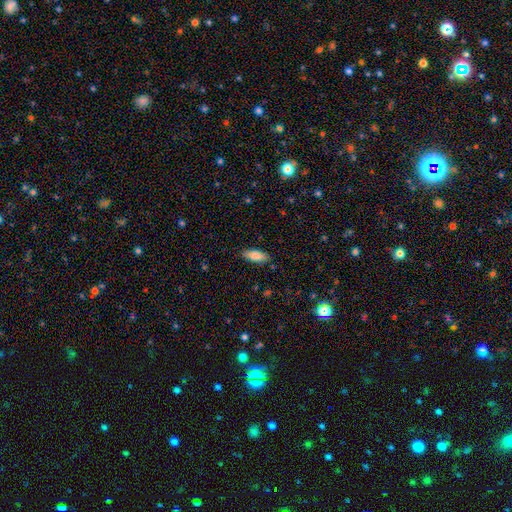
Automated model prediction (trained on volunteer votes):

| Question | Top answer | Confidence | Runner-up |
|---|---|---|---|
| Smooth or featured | smooth | 82% | featured or disk (11%) |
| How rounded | in between | 75% | cigar-shaped (24%) |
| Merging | none | 87% | minor disturbance (10%) |